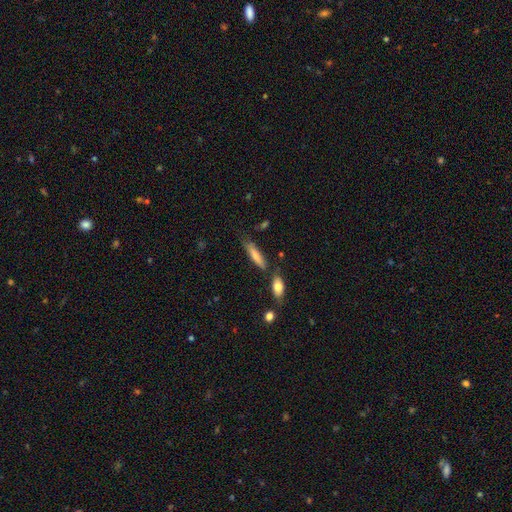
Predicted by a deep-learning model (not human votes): smooth 75%, featured or disk 19%, star or artifact 6%. Down the decision tree: how rounded — cigar-shaped (74%); merging — none (68%).